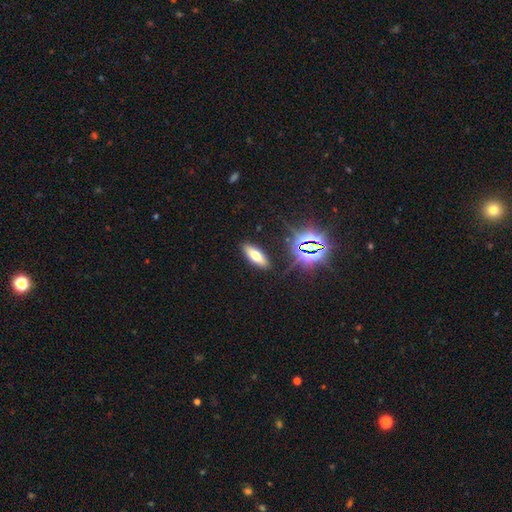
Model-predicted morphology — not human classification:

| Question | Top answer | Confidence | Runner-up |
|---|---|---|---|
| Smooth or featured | smooth | 55% | star or artifact (22%) |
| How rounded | in between | 66% | cigar-shaped (30%) |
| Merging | none | 88% | minor disturbance (8%) |